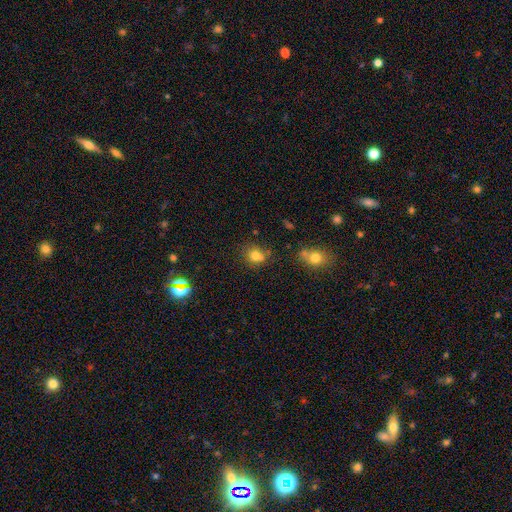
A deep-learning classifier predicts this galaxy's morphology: A smooth galaxy with no disk features (76%) that is round (69%).

Vote fractions:
- Smooth or featured? smooth: 76% / star or artifact: 14% / featured or disk: 10%
- How rounded? round: 69% / in between: 30% / cigar-shaped: 1%
- Merging? none: 58% / merger: 18% / minor disturbance: 18% / major disturbance: 6%